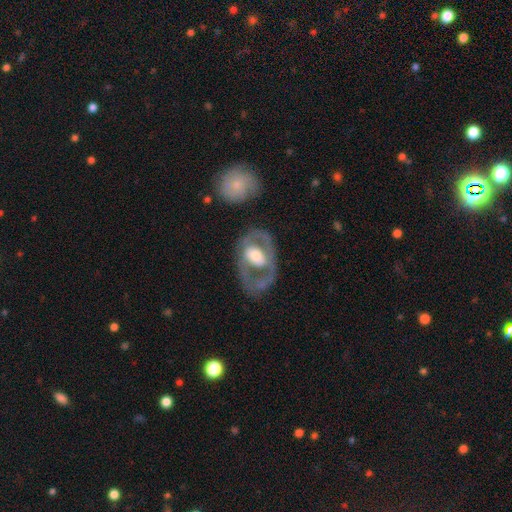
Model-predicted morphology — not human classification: type=featured or disk (68%); edge-on=no (94%); bar=no (58%); spiral arms=no (60%); bulge=moderate (45%); merging=none (53%).